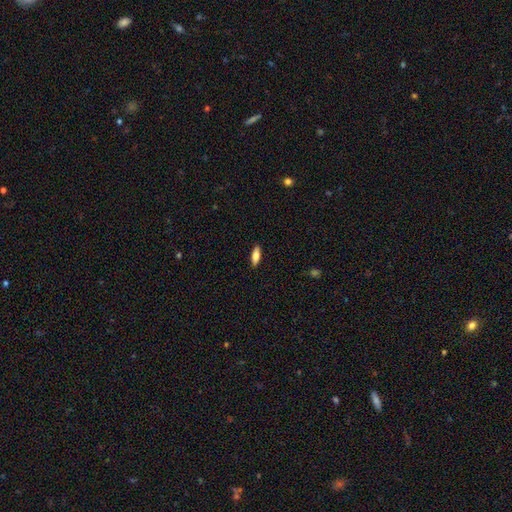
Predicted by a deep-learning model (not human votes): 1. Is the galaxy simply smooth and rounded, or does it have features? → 79% smooth, 14% featured or disk, 7% star or artifact.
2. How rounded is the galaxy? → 66% in between, 32% cigar-shaped, 2% round.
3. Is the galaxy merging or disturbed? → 89% none, 8% minor disturbance, 2% major disturbance, 1% merger.